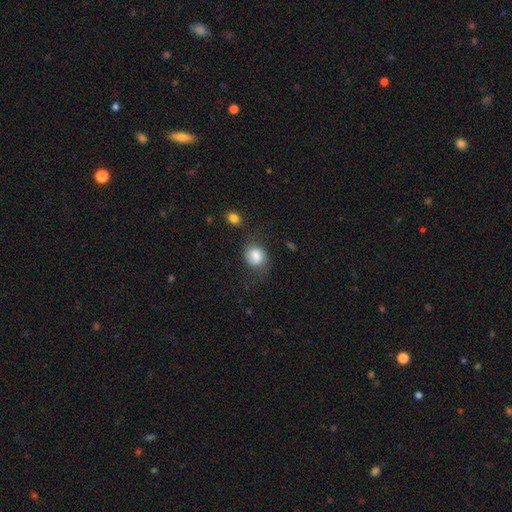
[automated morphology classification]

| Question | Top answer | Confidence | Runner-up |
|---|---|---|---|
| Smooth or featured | smooth | 80% | featured or disk (12%) |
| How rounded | round | 64% | in between (35%) |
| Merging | none | 62% | minor disturbance (23%) |